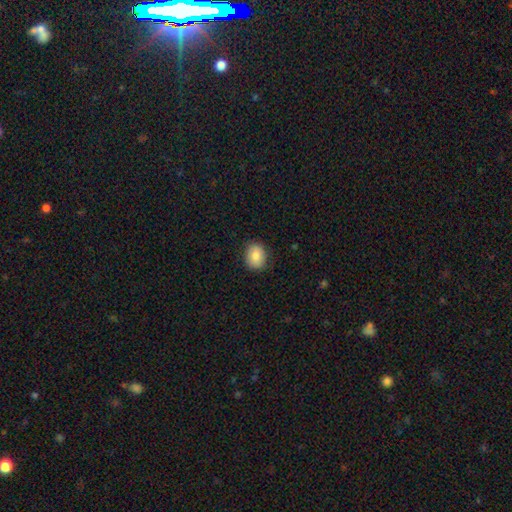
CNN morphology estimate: The model was most divided on "how rounded": round: 51%, in between: 48%, cigar-shaped: 1%. More confident: merging — none (87%); smooth or featured — smooth (83%).